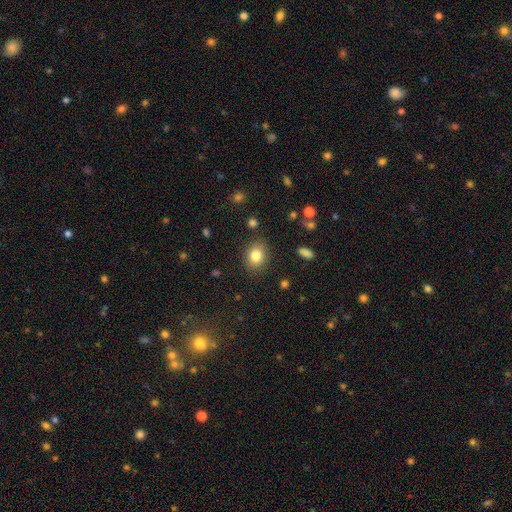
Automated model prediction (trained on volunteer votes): This appears to be a smooth galaxy with no disk features (82%) that is round (50%). Merging: none (85%).